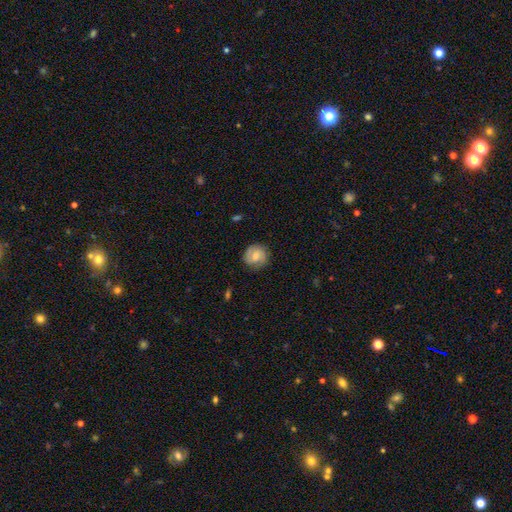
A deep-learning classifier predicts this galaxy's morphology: Smooth or featured? Predicted: featured or disk (p=0.52). Edge-on disk? Predicted: no (p=0.97). Bar? Predicted: no (p=0.48). Spiral arms? Predicted: yes (p=0.90). Bulge size? Predicted: moderate (p=0.55). Merging? Predicted: none (p=0.82).